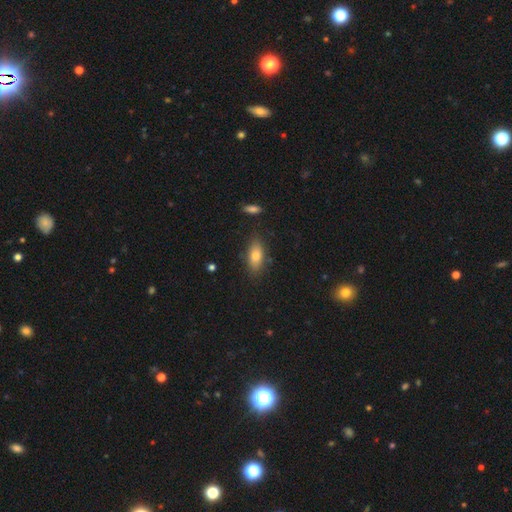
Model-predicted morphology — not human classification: type=smooth (77%); roundness=in between (84%); merging=none (81%).